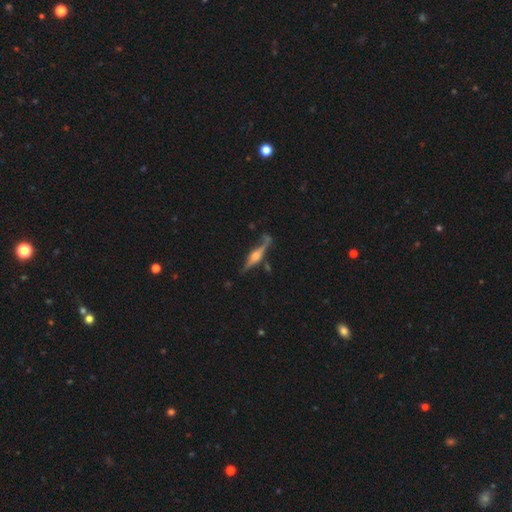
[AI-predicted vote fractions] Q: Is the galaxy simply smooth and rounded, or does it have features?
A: featured or disk — 79%.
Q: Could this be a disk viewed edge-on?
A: yes — 96%.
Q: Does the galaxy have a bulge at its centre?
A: rounded — 91%.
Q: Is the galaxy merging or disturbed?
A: none — 73%.